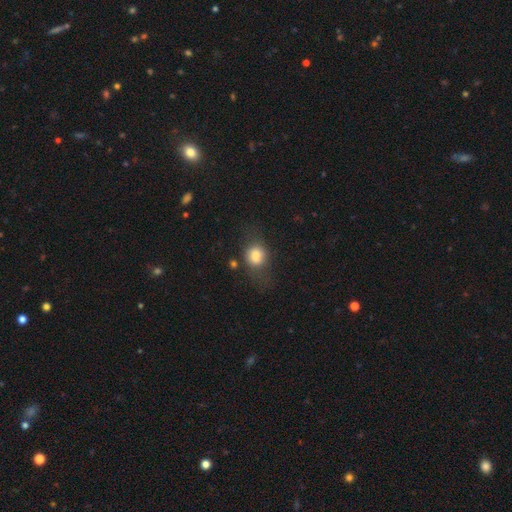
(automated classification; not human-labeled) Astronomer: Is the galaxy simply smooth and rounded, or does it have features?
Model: smooth — 74%.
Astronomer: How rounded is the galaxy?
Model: round — 55% (runner-up: in between, 43%).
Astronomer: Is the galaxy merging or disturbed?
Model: none — 59%.